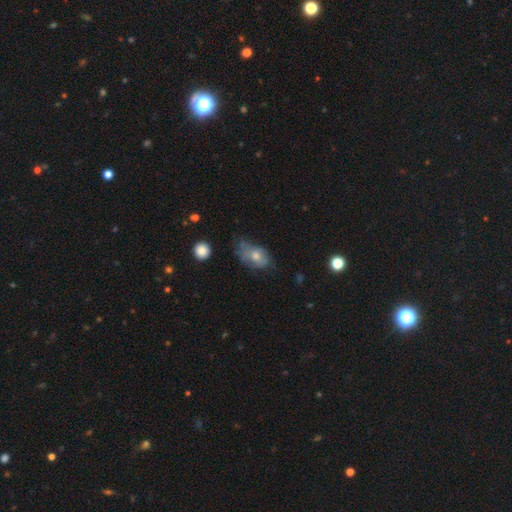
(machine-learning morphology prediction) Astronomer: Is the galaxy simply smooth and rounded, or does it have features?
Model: smooth — 57%.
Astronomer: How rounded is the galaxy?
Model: in between — 83%.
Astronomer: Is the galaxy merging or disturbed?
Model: none — 40% (runner-up: minor disturbance, 36%).